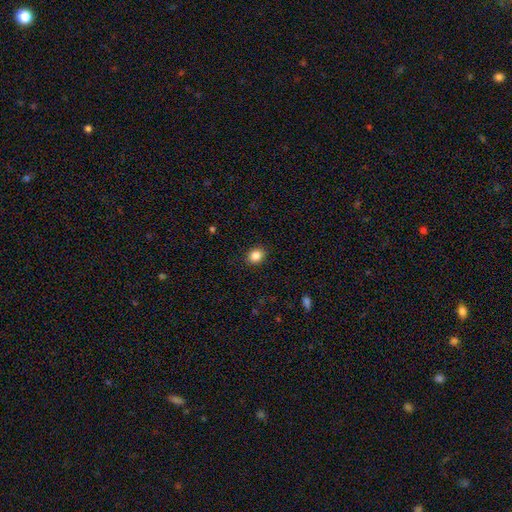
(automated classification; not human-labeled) A smooth galaxy with no disk features (86%) that is round (58%).

Vote fractions:
- Smooth or featured? smooth: 86% / star or artifact: 10% / featured or disk: 4%
- How rounded? round: 58% / in between: 41% / cigar-shaped: 1%
- Merging? none: 90% / minor disturbance: 7% / major disturbance: 2% / merger: 1%